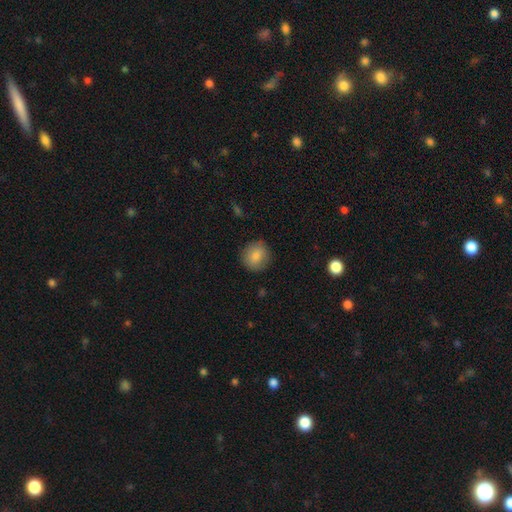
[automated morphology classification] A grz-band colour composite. It shows a smooth galaxy with no disk features (84%) that is round (87%). Merging: none (87%).